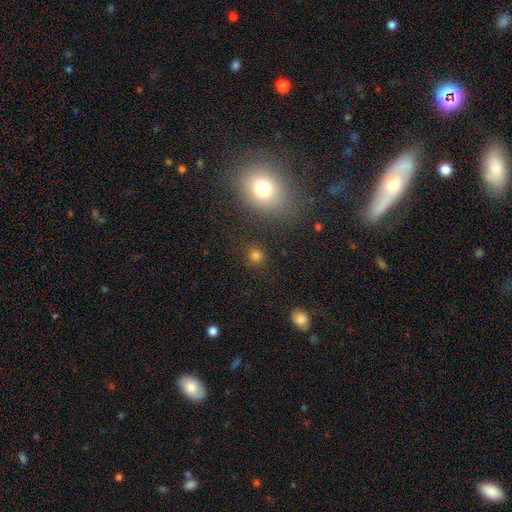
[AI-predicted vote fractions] smooth 77%, star or artifact 17%, featured or disk 6%. Down the decision tree: how rounded — round (84%); merging — none (84%).